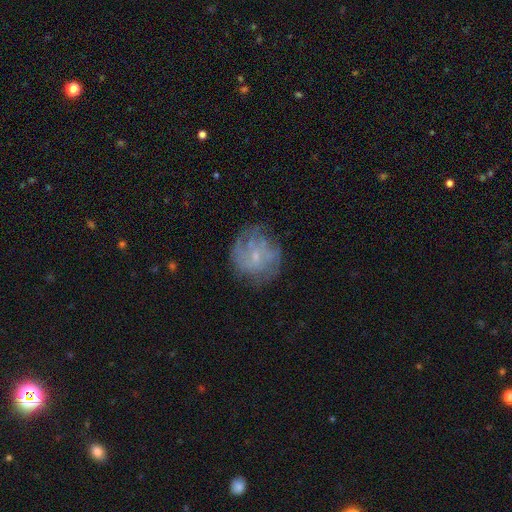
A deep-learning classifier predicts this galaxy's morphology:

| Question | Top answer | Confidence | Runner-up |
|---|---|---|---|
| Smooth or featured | featured or disk | 60% | smooth (30%) |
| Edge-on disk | no | 97% | yes (3%) |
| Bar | no | 70% | weak (26%) |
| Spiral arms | yes | 66% | no (34%) |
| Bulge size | small | 74% | moderate (16%) |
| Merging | none | 65% | minor disturbance (21%) |